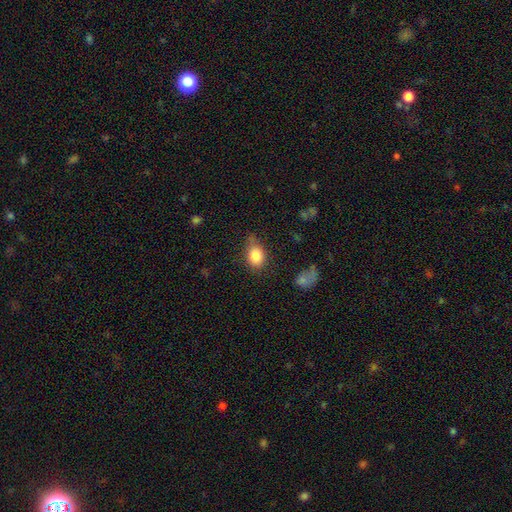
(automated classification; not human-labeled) Smooth or featured? Predicted: smooth (p=0.84). How rounded? Predicted: in between (p=0.64). Merging? Predicted: none (p=0.56).